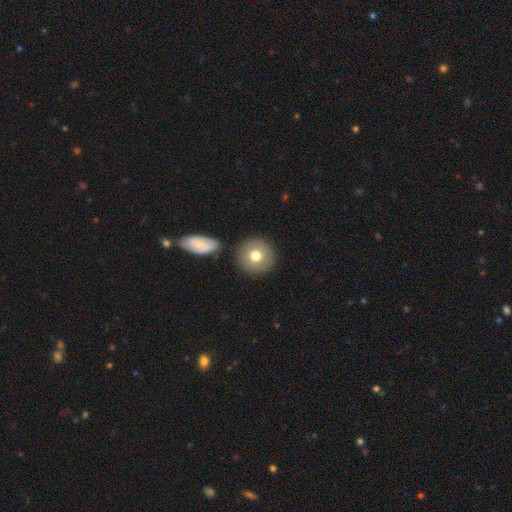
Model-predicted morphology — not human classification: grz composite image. It shows a smooth galaxy with no disk features (76%) that is round (93%). Merging: none (83%).